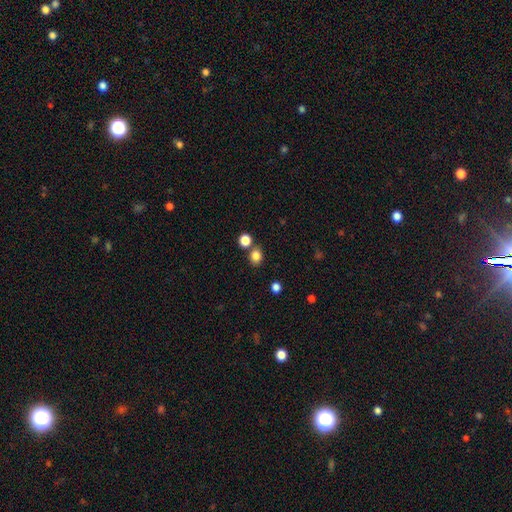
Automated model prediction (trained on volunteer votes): smooth_or_featured: smooth (p=0.83) [alt: star or artifact p=0.13]
how_rounded: round (p=0.64) [alt: in between p=0.35]
merging: none (p=0.71) [alt: merger p=0.17]